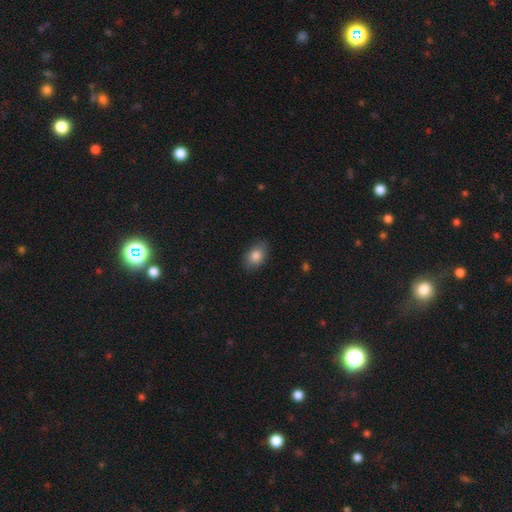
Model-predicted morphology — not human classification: Smooth or featured?
  - smooth: 83% *
  - featured or disk: 9%
  - star or artifact: 8%
How rounded?
  - in between: 83% *
  - round: 16%
  - cigar-shaped: 1%
Merging?
  - none: 83% *
  - minor disturbance: 13%
  - major disturbance: 3%
  - merger: 1%